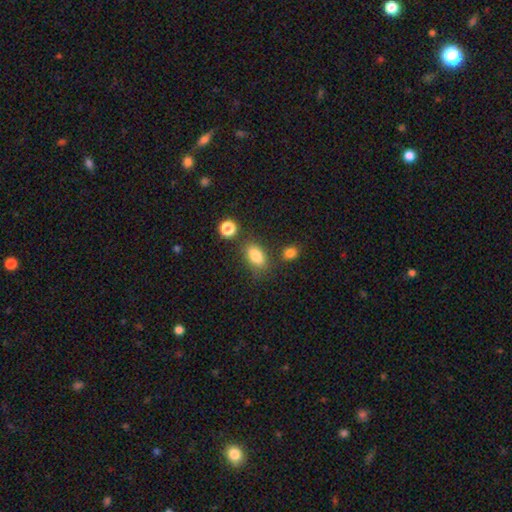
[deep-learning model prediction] A smooth galaxy with no disk features (84%) that is in between round and cigar-shaped (86%).

Vote fractions:
- Smooth or featured? smooth: 84% / star or artifact: 9% / featured or disk: 7%
- How rounded? in between: 86% / round: 8% / cigar-shaped: 5%
- Merging? none: 73% / minor disturbance: 14% / merger: 8% / major disturbance: 5%